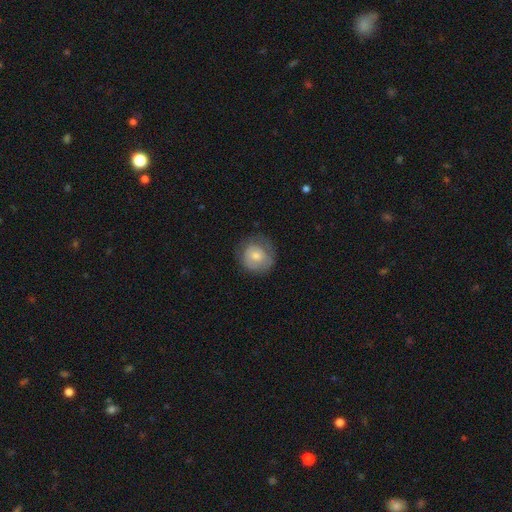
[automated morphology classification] Smooth or featured? Predicted: smooth (p=0.65). How rounded? Predicted: round (p=0.86). Merging? Predicted: none (p=0.67).